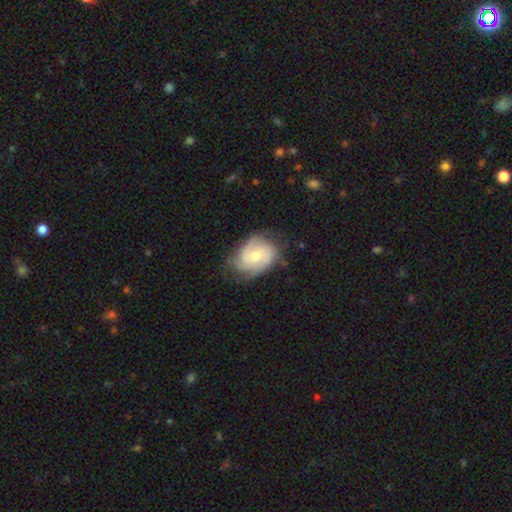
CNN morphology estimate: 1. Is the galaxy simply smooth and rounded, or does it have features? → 75% featured or disk, 19% smooth, 6% star or artifact.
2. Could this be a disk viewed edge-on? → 97% no, 3% yes.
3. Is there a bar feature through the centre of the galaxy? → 60% no, 35% weak, 5% strong.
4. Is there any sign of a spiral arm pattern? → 94% yes, 6% no.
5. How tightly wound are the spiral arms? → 51% tight, 38% medium, 11% loose.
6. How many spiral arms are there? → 33% 2, 27% 3, 26% can't tell, 6% 4, 4% 1, 4% more than 4.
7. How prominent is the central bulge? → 50% small, 44% moderate, 2% large, 2% none, 1% dominant.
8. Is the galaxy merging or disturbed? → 65% none, 24% minor disturbance, 9% major disturbance, 1% merger.